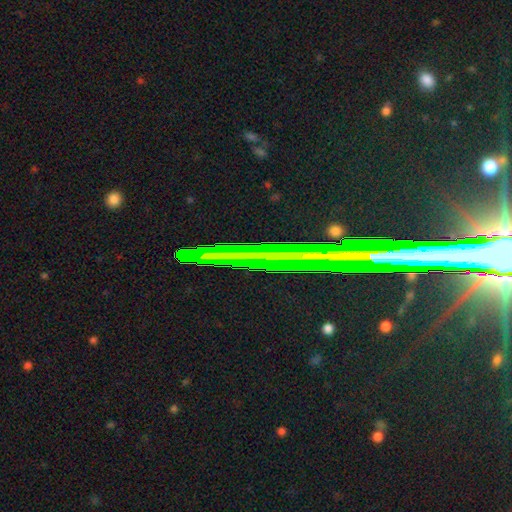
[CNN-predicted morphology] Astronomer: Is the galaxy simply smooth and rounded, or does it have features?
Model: star or artifact — 61%.